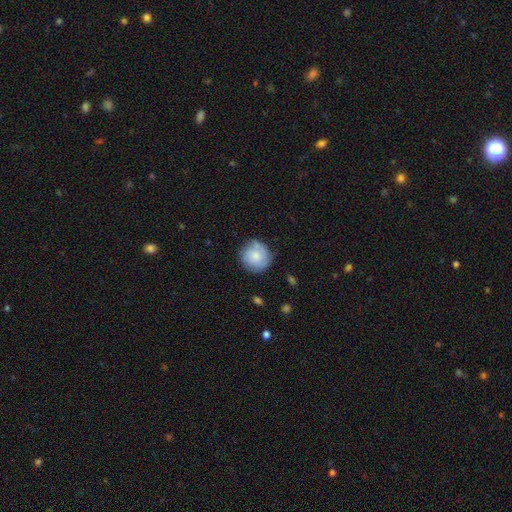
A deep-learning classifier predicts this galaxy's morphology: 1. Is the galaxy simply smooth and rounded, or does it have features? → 67% smooth, 26% featured or disk, 7% star or artifact.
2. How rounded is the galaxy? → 92% round, 7% in between, 1% cigar-shaped.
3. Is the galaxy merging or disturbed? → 75% none, 19% minor disturbance, 4% major disturbance, 3% merger.